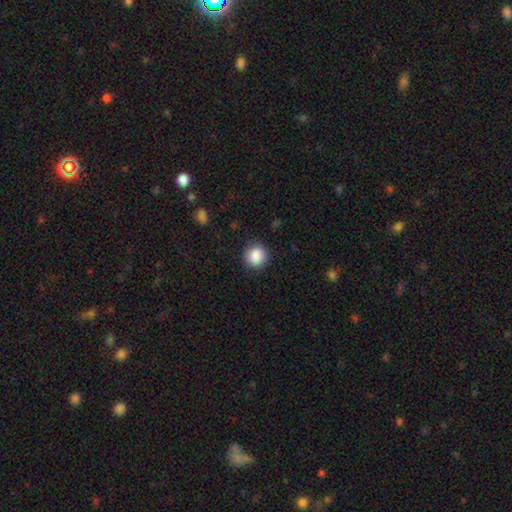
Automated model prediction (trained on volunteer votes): The model was most divided on "smooth or featured": smooth: 88%, star or artifact: 9%, featured or disk: 4%. More confident: how rounded — round (90%); merging — none (88%).